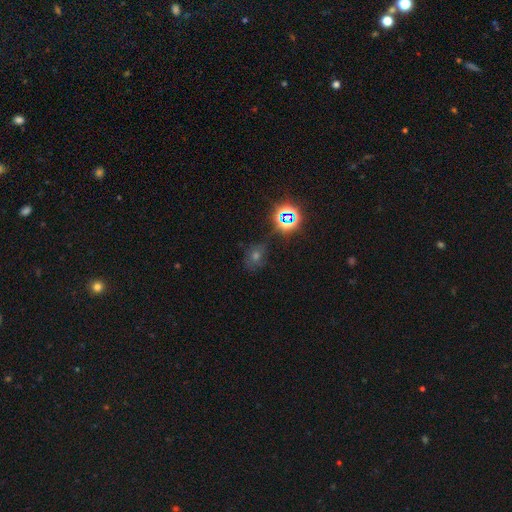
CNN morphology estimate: Smooth or featured? Predicted: star or artifact (p=0.44).